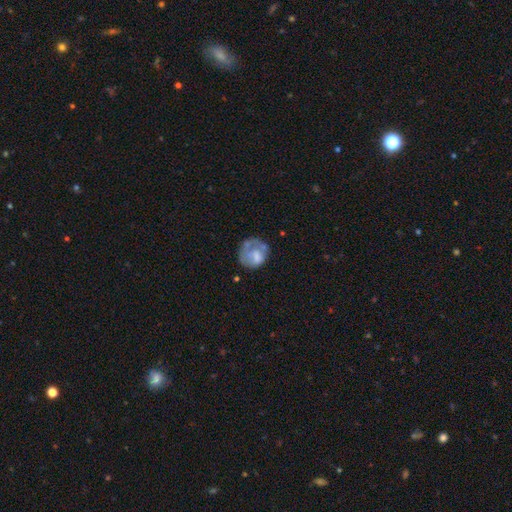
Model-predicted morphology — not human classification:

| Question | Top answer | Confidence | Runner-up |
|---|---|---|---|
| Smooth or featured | smooth | 54% | featured or disk (38%) |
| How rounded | round | 76% | in between (23%) |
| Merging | none | 45% | minor disturbance (25%) |